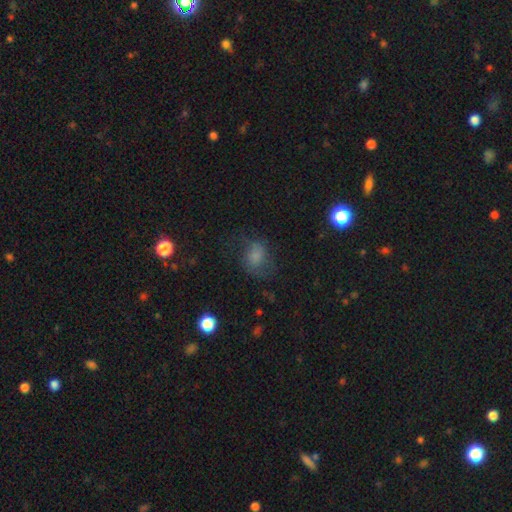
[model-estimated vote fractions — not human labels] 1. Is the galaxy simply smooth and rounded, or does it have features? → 61% smooth, 23% featured or disk, 16% star or artifact.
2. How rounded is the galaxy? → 51% in between, 48% round, 1% cigar-shaped.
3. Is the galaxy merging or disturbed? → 48% none, 25% major disturbance, 24% minor disturbance, 2% merger.